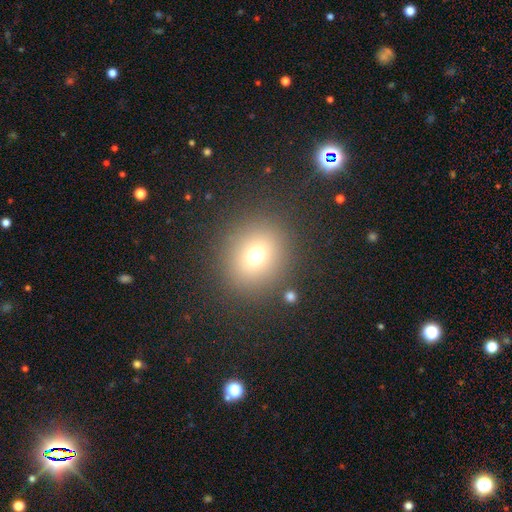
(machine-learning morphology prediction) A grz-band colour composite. It shows a smooth galaxy with no disk features (71%) that is round (80%). Merging: none (86%).